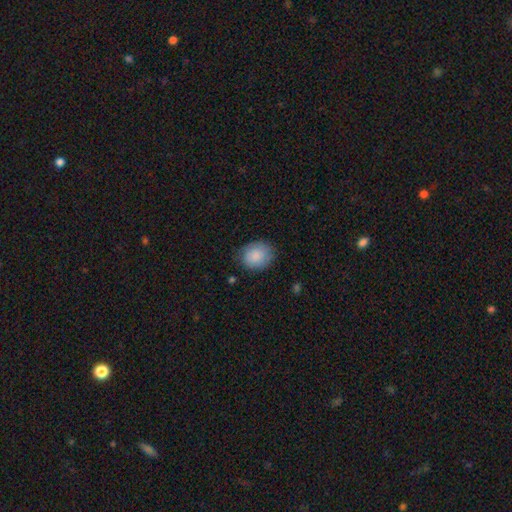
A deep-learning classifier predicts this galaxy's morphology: Smooth or featured? Predicted: smooth (p=0.86). How rounded? Predicted: round (p=0.52). Merging? Predicted: none (p=0.77).